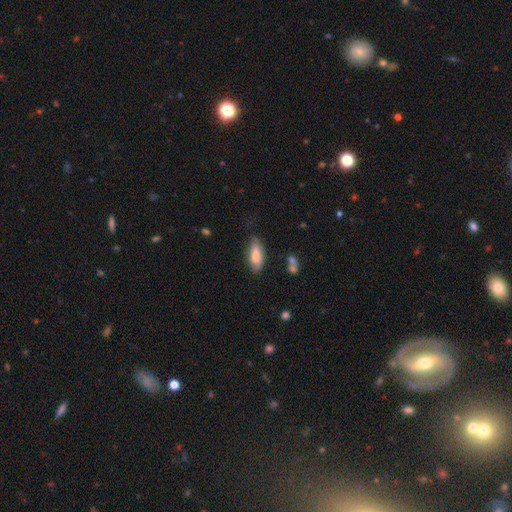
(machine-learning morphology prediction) smooth_or_featured: smooth (p=0.81) [alt: featured or disk p=0.13]
how_rounded: in between (p=0.71) [alt: cigar-shaped p=0.28]
merging: none (p=0.70) [alt: minor disturbance p=0.22]